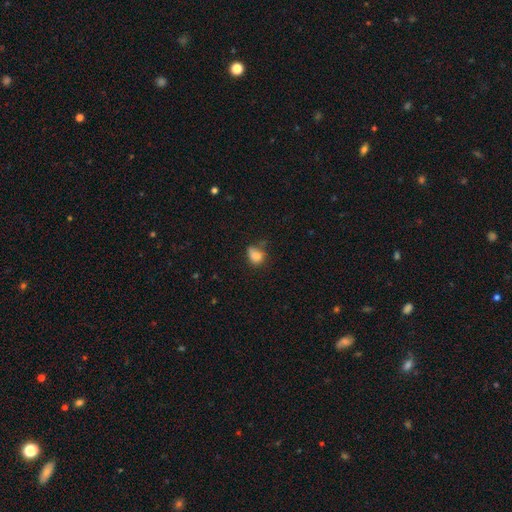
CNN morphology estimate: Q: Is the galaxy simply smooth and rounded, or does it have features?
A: smooth — 81%.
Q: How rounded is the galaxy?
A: in between — 60%.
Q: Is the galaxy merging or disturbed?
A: none — 41%.